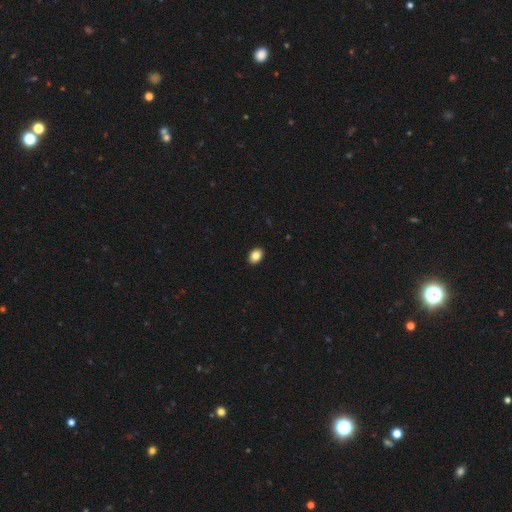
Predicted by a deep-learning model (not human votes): Smooth or featured: smooth — 85% (star or artifact — 8%)
How rounded: in between — 77% (round — 22%)
Merging: none — 92% (minor disturbance — 6%)